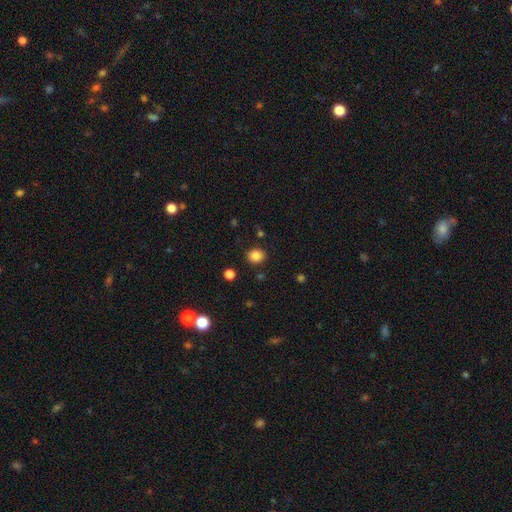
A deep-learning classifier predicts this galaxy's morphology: smooth_or_featured: smooth (p=0.84) [alt: star or artifact p=0.11]
how_rounded: round (p=0.76) [alt: in between p=0.23]
merging: none (p=0.88) [alt: minor disturbance p=0.08]